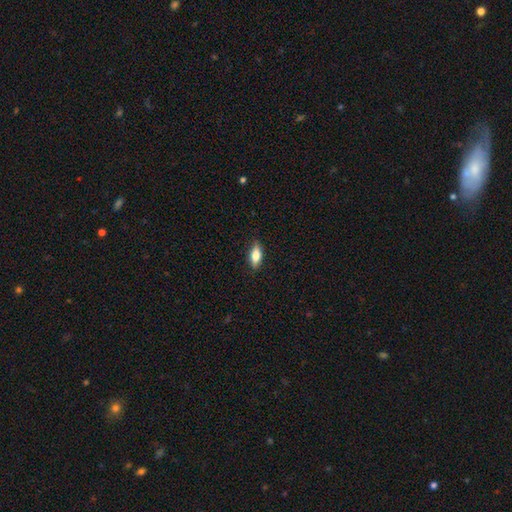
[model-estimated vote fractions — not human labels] Q: Smooth or featured?
A: smooth (70%); runner-up: featured or disk (23%)
Q: How rounded?
A: in between (74%); runner-up: cigar-shaped (23%)
Q: Merging?
A: none (87%); runner-up: minor disturbance (10%)